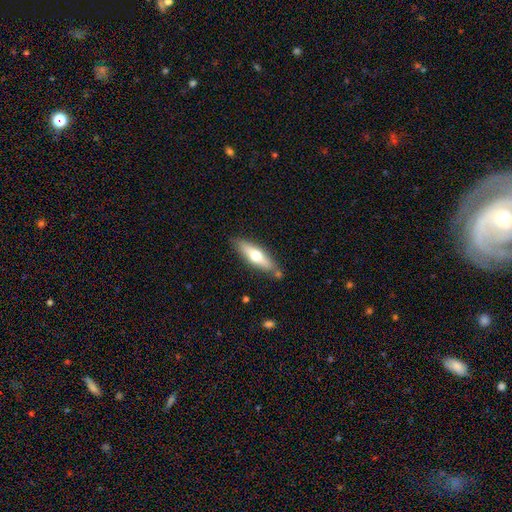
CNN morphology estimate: Smooth or featured? smooth (54%)
How rounded? cigar-shaped (63%)
Merging? none (79%)